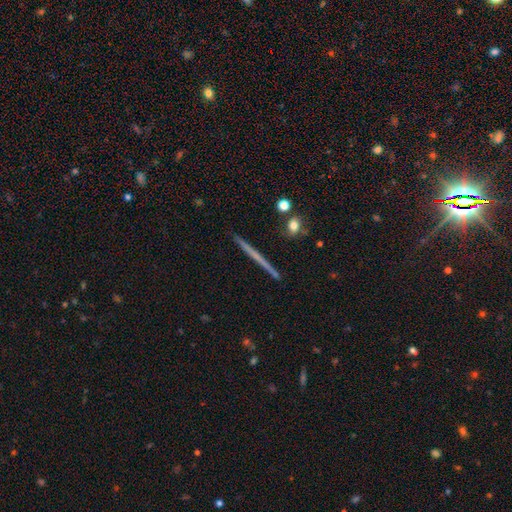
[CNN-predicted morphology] A featured or disk galaxy (56%) viewed edge-on (98%) with no central bulge (89%). Merging: none (92%).